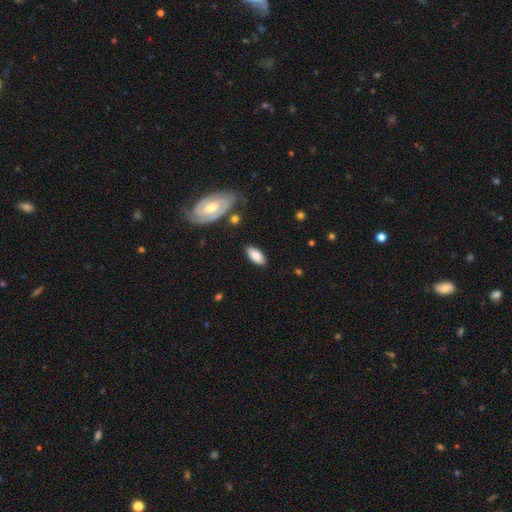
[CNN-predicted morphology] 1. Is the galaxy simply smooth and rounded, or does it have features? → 81% smooth, 14% featured or disk, 6% star or artifact.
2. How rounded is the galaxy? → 87% in between, 11% cigar-shaped, 2% round.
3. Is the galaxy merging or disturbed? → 82% none, 13% minor disturbance, 3% major disturbance, 2% merger.